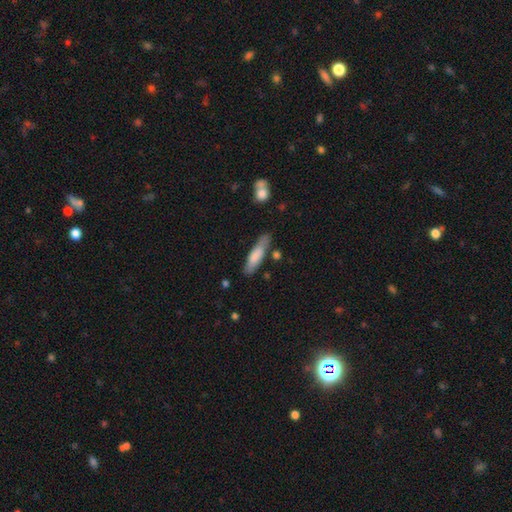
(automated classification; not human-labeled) smooth-or-featured: smooth: 76% | featured or disk: 19% | star or artifact: 6%
  how-rounded: cigar-shaped: 69% | in between: 30% | round: 2%
  merging: none: 71% | minor disturbance: 20% | major disturbance: 5% | merger: 5%